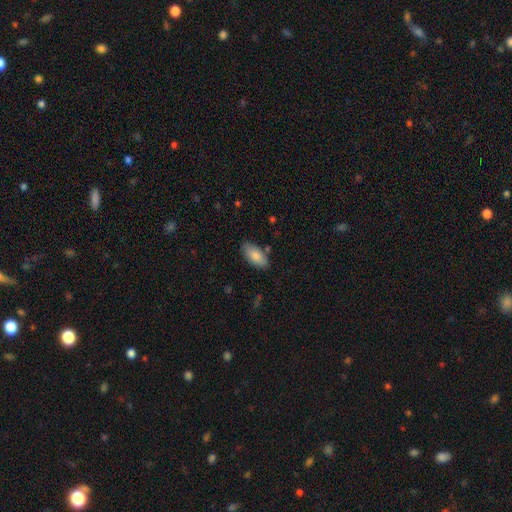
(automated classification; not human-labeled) Smooth or featured? smooth (82%)
How rounded? in between (91%)
Merging? none (81%)